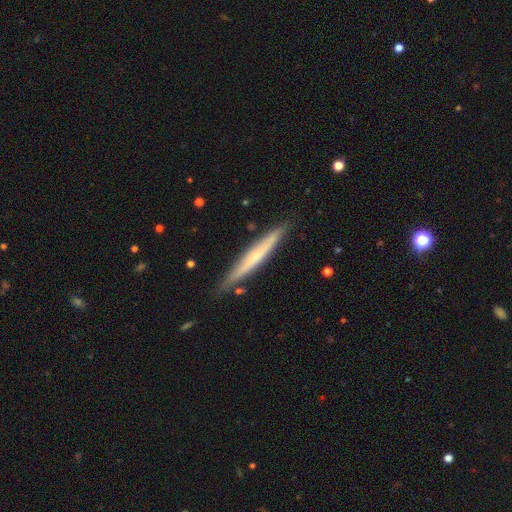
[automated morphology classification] A featured or disk galaxy (49%). Merging: none (87%).